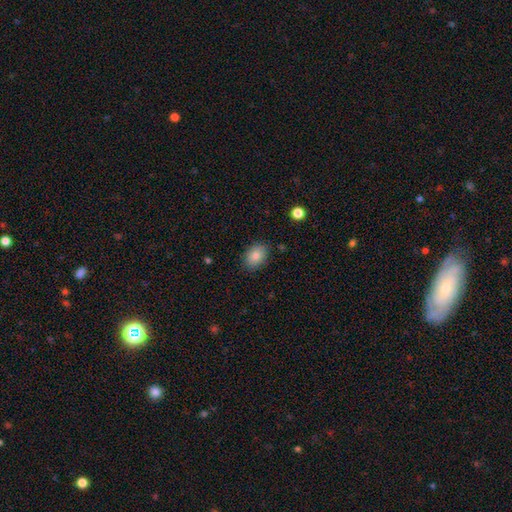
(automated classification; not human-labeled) A smooth galaxy with no disk features (84%) that is in between round and cigar-shaped (79%). Merging: none (85%).